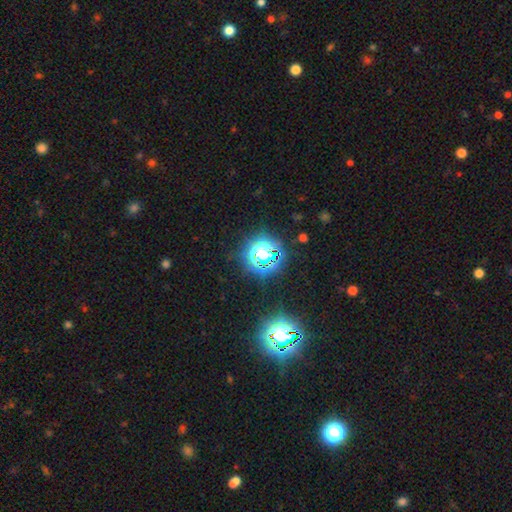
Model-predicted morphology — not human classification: Smooth or featured?
  - star or artifact: 77% *
  - smooth: 16%
  - featured or disk: 7%